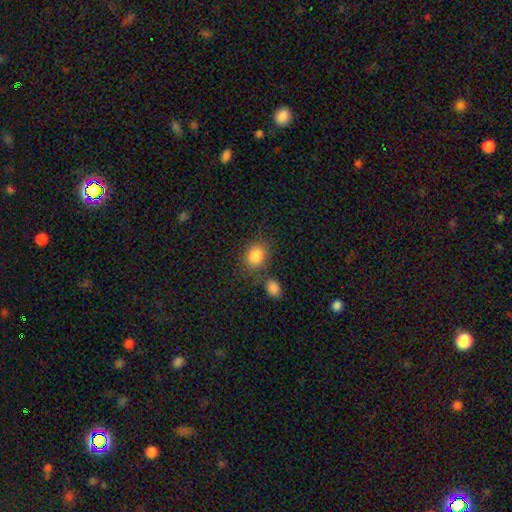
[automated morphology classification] Smooth or featured?
  - smooth: 86% *
  - star or artifact: 9%
  - featured or disk: 5%
How rounded?
  - round: 53% *
  - in between: 46%
  - cigar-shaped: 1%
Merging?
  - none: 68% *
  - minor disturbance: 14%
  - merger: 13%
  - major disturbance: 5%